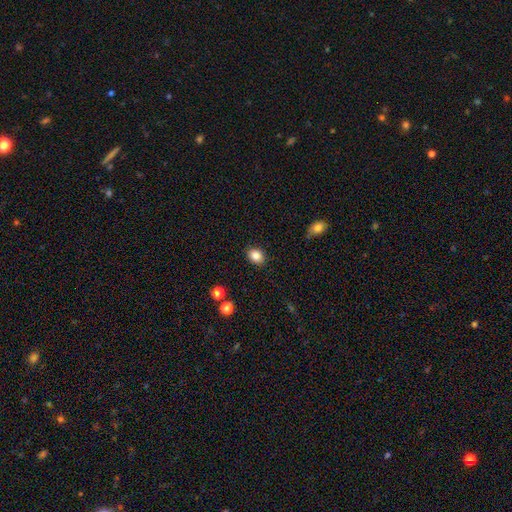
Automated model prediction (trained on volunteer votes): Smooth or featured: smooth — 86% (star or artifact — 9%)
How rounded: in between — 59% (round — 40%)
Merging: none — 88% (minor disturbance — 9%)